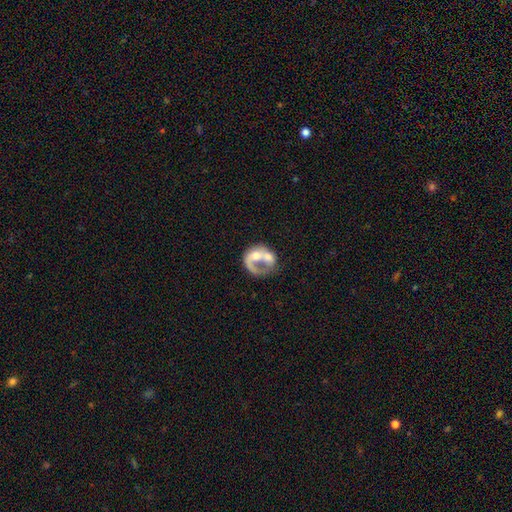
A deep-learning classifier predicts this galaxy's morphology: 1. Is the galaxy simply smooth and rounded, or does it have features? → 61% featured or disk, 32% smooth, 7% star or artifact.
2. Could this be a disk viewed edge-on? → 98% no, 2% yes.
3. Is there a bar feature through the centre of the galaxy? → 81% no, 15% weak, 4% strong.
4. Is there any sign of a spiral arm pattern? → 59% no, 41% yes.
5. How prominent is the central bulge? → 56% moderate, 17% small, 13% none, 10% large, 3% dominant.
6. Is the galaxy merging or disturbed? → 53% merger, 21% major disturbance, 17% none, 9% minor disturbance.